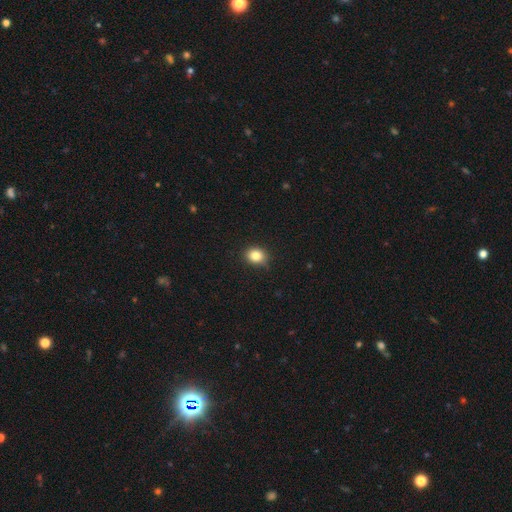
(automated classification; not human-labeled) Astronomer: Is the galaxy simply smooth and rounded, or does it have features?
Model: smooth — 83%.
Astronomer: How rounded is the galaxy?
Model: round — 58% (runner-up: in between, 41%).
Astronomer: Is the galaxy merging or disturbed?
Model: none — 83%.